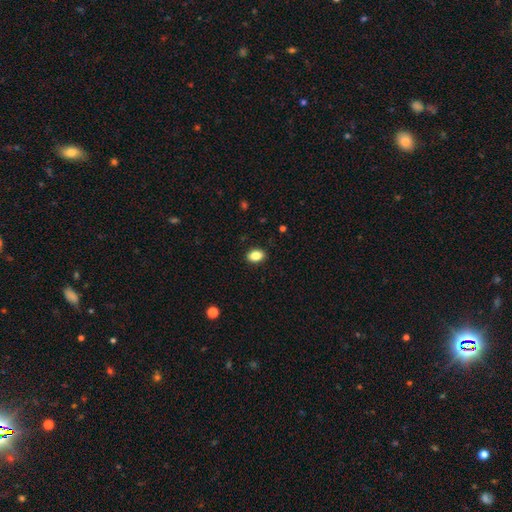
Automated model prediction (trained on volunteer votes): Smooth or featured? Predicted: smooth (p=0.86). How rounded? Predicted: in between (p=0.80). Merging? Predicted: none (p=0.90).